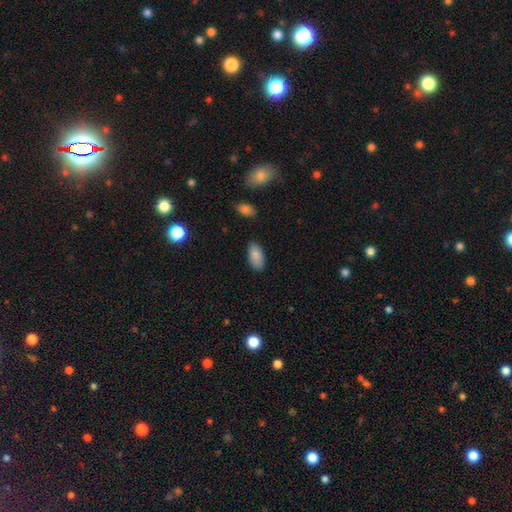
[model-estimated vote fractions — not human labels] Morphology: type=smooth (88%); roundness=in between (94%); merging=none (85%).